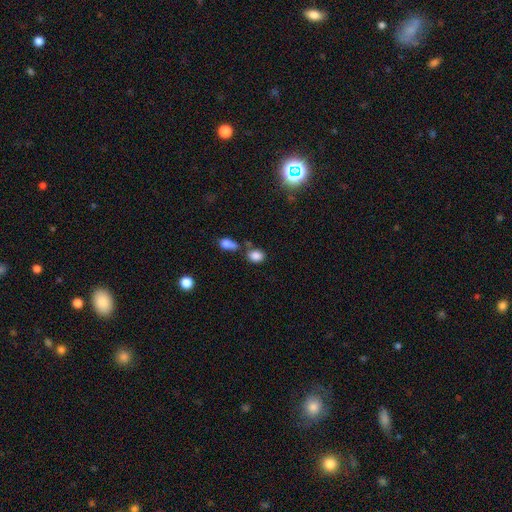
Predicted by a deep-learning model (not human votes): smooth-or-featured: smooth: 85% | star or artifact: 10% | featured or disk: 5%
  how-rounded: in between: 69% | round: 29% | cigar-shaped: 2%
  merging: none: 58% | merger: 21% | minor disturbance: 16% | major disturbance: 5%